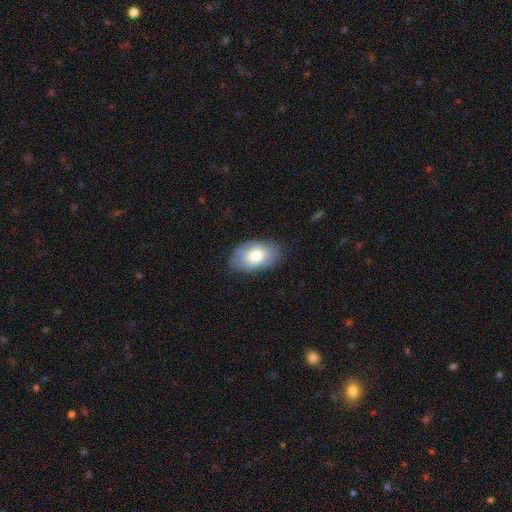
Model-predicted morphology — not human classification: smooth-or-featured: smooth: 68% | featured or disk: 25% | star or artifact: 7%
  how-rounded: in between: 91% | round: 7% | cigar-shaped: 1%
  merging: none: 74% | minor disturbance: 20% | major disturbance: 5% | merger: 1%